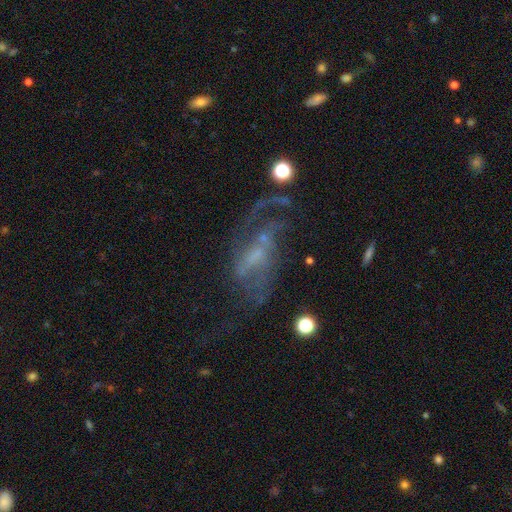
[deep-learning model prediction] Morphology: type=featured or disk (74%); edge-on=no (94%); bar=no (42%); spiral arms=yes (81%); winding=loose (52%); arm count=2 (48%); bulge=small (44%); merging=none (40%).